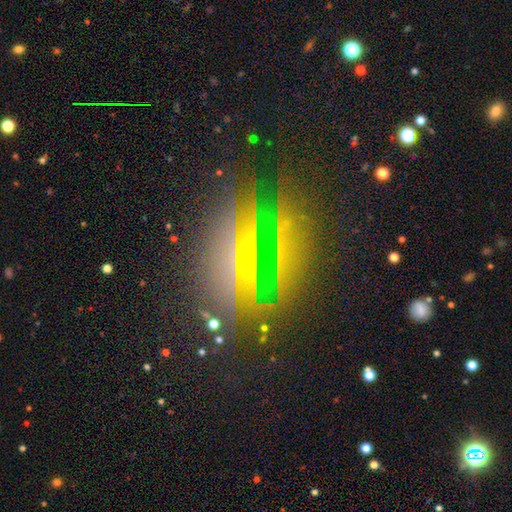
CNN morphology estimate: A star or artifact, not a galaxy (49%).

Vote fractions:
- Smooth or featured? star or artifact: 49% / featured or disk: 30% / smooth: 21%